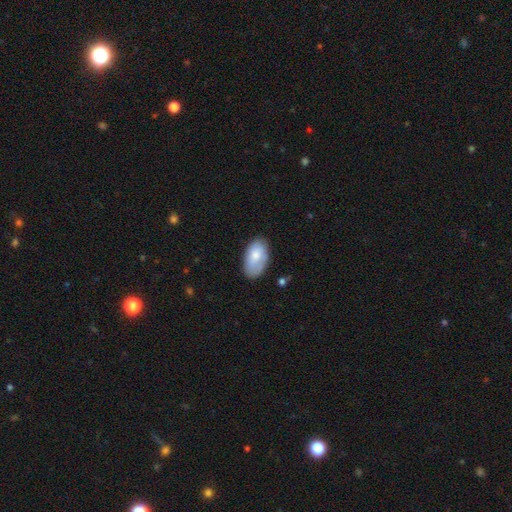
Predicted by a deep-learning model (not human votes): This is likely a smooth galaxy (78%). How rounded: clearly in between (94%). Merging: likely none (71%).